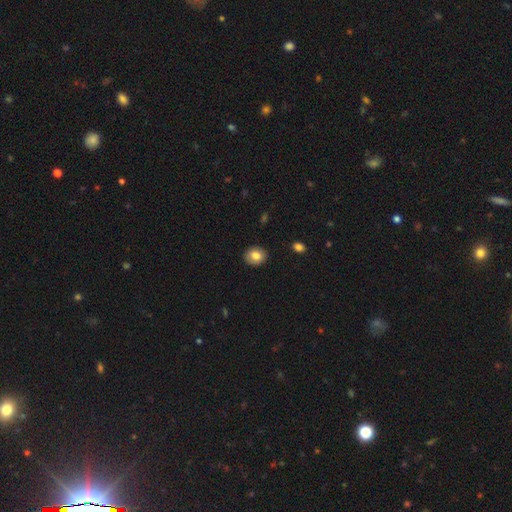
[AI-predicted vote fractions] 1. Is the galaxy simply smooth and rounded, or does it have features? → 81% smooth, 10% featured or disk, 8% star or artifact.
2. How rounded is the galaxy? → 63% round, 36% in between, 1% cigar-shaped.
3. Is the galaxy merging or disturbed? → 90% none, 7% minor disturbance, 2% major disturbance, 1% merger.